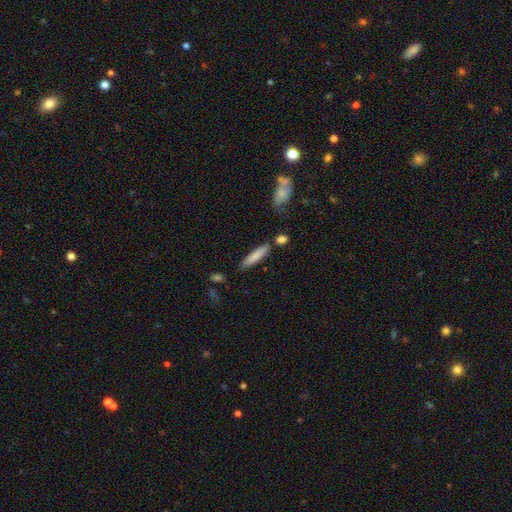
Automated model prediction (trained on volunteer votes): This is likely a smooth galaxy (78%). How rounded: clearly cigar-shaped (84%). Merging: clearly none (80%).